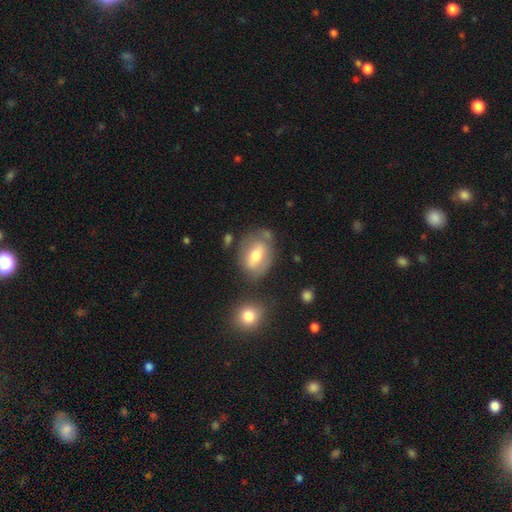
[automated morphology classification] smooth-or-featured: smooth: 53% | featured or disk: 39% | star or artifact: 8%
  how-rounded: in between: 76% | round: 22% | cigar-shaped: 3%
  merging: none: 65% | minor disturbance: 19% | merger: 9% | major disturbance: 7%